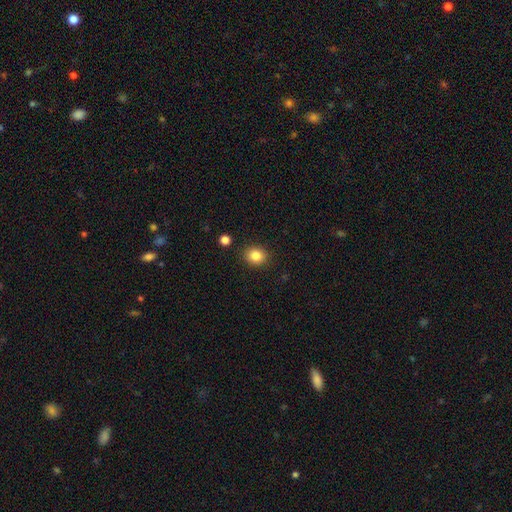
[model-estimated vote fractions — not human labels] smooth-or-featured: smooth: 85% | star or artifact: 10% | featured or disk: 5%
  how-rounded: round: 65% | in between: 34% | cigar-shaped: 1%
  merging: none: 88% | minor disturbance: 8% | major disturbance: 2% | merger: 2%